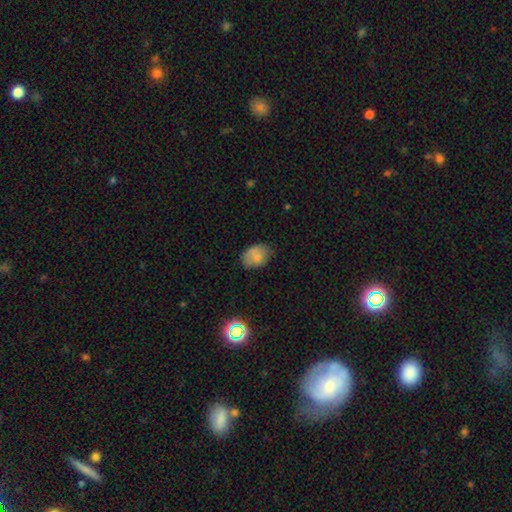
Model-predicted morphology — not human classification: Q: Smooth or featured?
A: smooth (76%); runner-up: featured or disk (14%)
Q: How rounded?
A: in between (76%); runner-up: round (23%)
Q: Merging?
A: none (68%); runner-up: minor disturbance (23%)